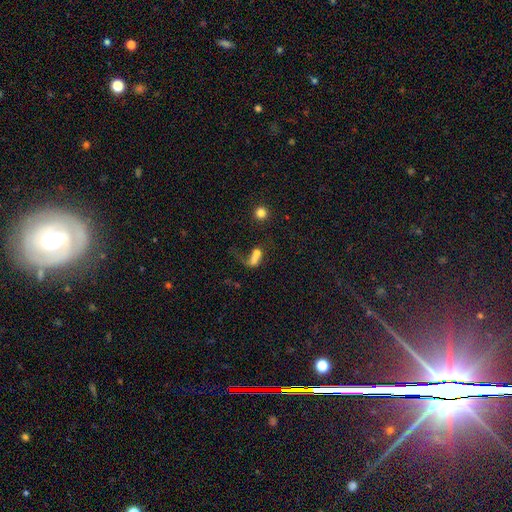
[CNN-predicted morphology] Smooth or featured? Predicted: smooth (p=0.55). How rounded? Predicted: in between (p=0.59). Merging? Predicted: merger (p=0.52).